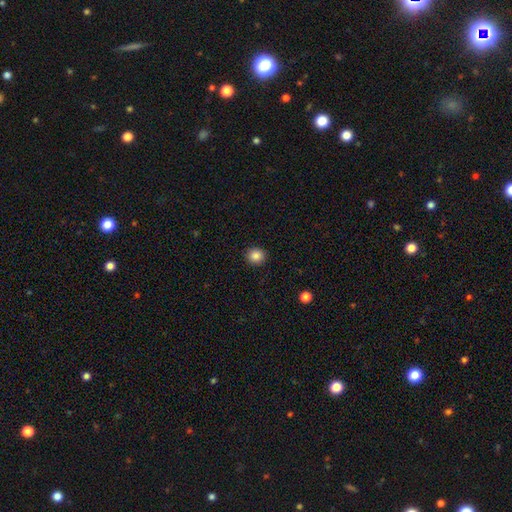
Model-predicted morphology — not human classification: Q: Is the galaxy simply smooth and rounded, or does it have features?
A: smooth — 86%.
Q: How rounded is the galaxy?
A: round — 86%.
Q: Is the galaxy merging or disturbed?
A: none — 91%.